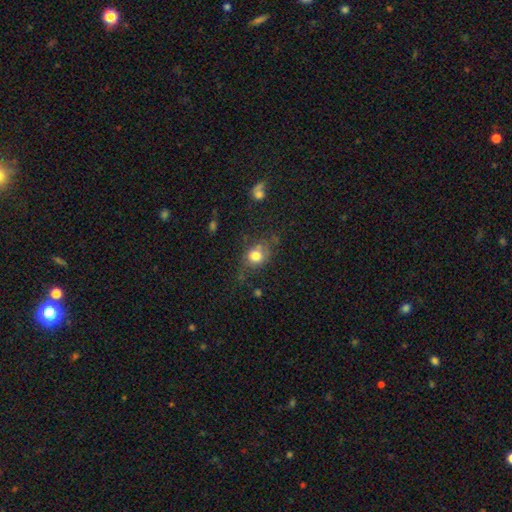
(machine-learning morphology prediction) A smooth galaxy with no disk features (76%) that is round (61%). Merging: none (58%).